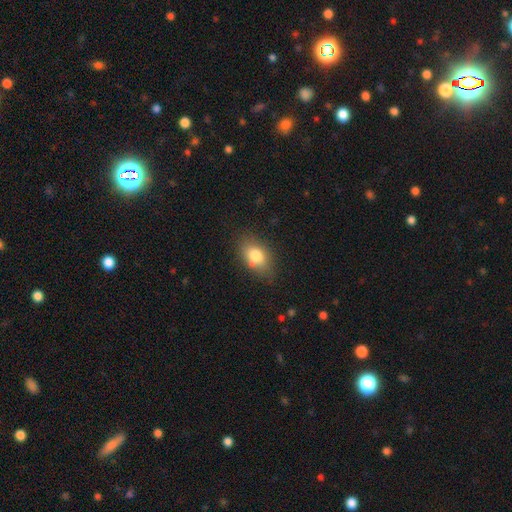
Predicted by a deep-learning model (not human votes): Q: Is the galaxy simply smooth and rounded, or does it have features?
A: smooth — 78%.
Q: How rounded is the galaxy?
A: in between — 83%.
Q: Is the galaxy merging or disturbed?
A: none — 72%.